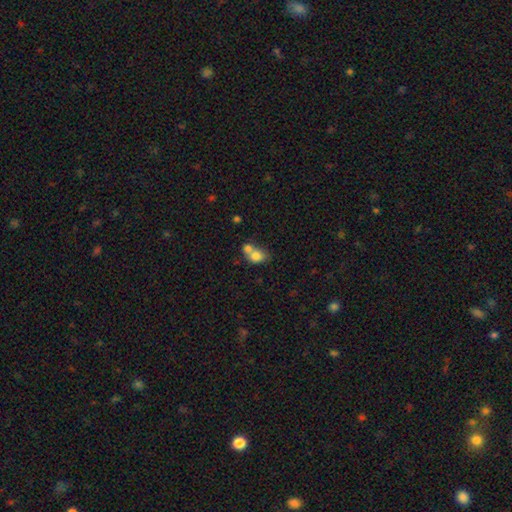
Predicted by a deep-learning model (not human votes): A smooth galaxy with no disk features (77%) that is in between round and cigar-shaped (57%). Merging: merger (59%).